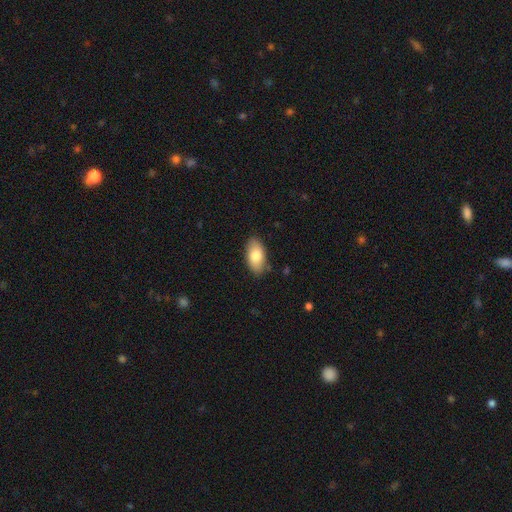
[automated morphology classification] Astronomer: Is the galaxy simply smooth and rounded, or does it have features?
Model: smooth — 80%.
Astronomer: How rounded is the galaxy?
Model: in between — 93%.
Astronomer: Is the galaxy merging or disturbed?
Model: none — 84%.